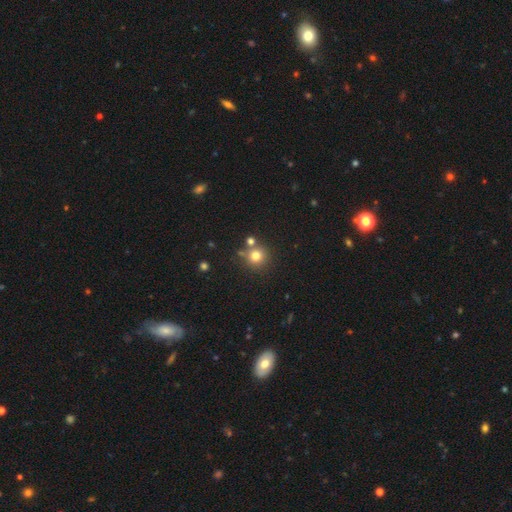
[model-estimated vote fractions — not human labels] Morphology: type=smooth (77%); roundness=round (93%); merging=none (73%).